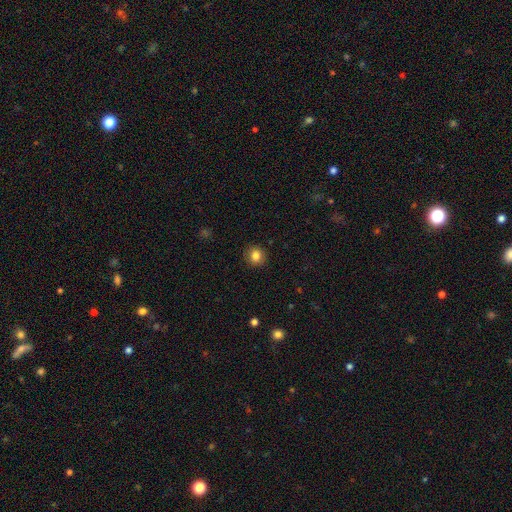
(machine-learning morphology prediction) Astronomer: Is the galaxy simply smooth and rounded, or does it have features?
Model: smooth — 84%.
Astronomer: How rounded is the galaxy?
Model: round — 87%.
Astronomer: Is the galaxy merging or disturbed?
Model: none — 91%.